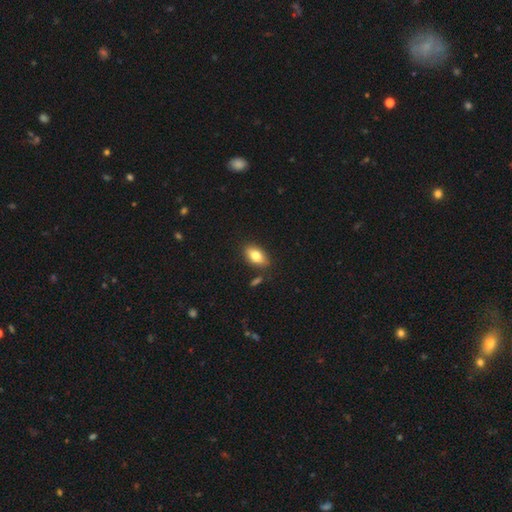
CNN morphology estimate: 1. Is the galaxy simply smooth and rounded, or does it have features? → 80% smooth, 13% featured or disk, 7% star or artifact.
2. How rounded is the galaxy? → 91% in between, 6% round, 3% cigar-shaped.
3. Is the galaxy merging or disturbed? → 82% none, 11% minor disturbance, 4% merger, 3% major disturbance.